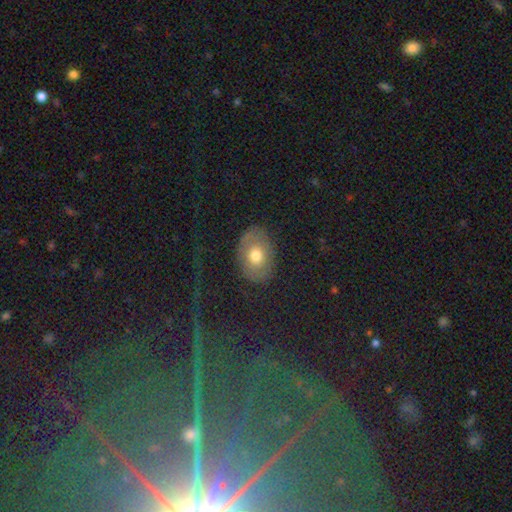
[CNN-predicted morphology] This is likely a smooth galaxy (64%). How rounded: likely in between (77%). Merging: likely none (80%).